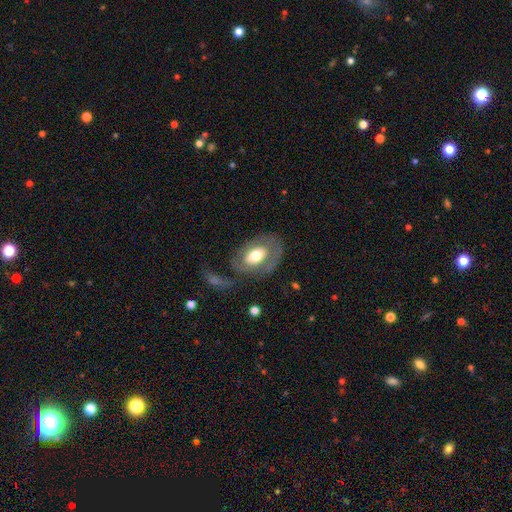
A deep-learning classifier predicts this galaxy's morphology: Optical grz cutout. It shows a featured or disk galaxy (50%). Merging: none (59%).